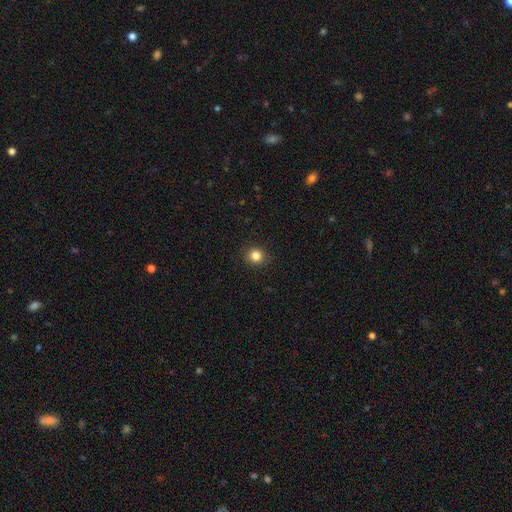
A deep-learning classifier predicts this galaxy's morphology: smooth-or-featured: smooth: 84% | star or artifact: 12% | featured or disk: 5%
  how-rounded: round: 86% | in between: 13% | cigar-shaped: 1%
  merging: none: 91% | minor disturbance: 6% | major disturbance: 2% | merger: 1%